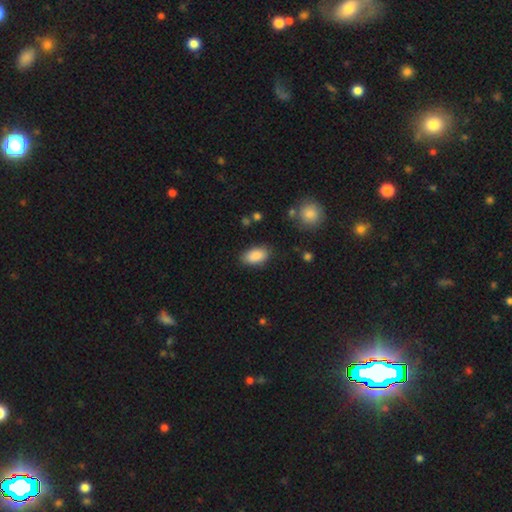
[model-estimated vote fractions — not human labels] This is clearly a smooth galaxy (88%). How rounded: clearly in between (93%). Merging: clearly none (83%).